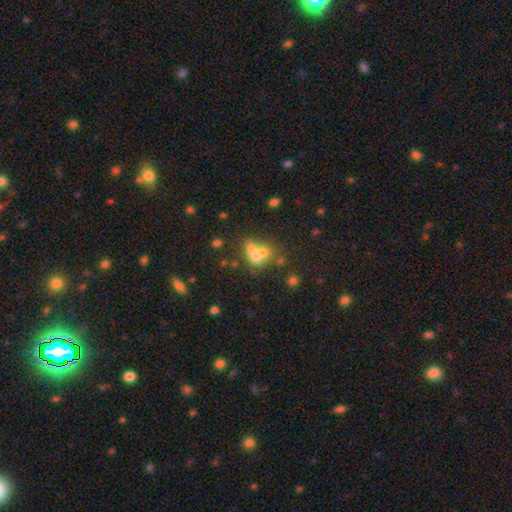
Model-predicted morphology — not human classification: Smooth or featured?
  - smooth: 56% *
  - featured or disk: 26%
  - star or artifact: 17%
How rounded?
  - round: 51% *
  - in between: 46%
  - cigar-shaped: 3%
Merging?
  - merger: 59% *
  - none: 25%
  - minor disturbance: 9%
  - major disturbance: 8%